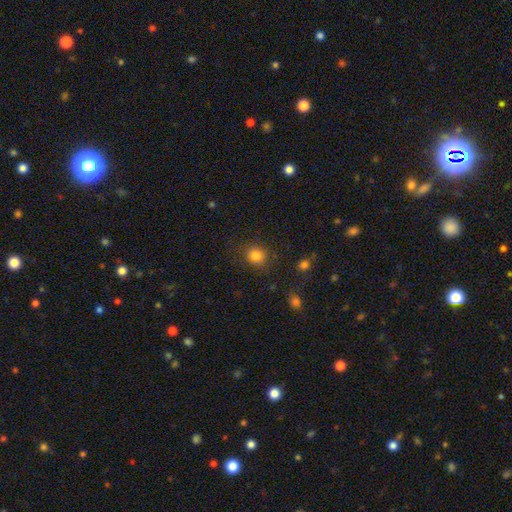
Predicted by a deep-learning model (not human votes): A smooth galaxy with no disk features (83%) that is round (80%). Merging: none (83%).